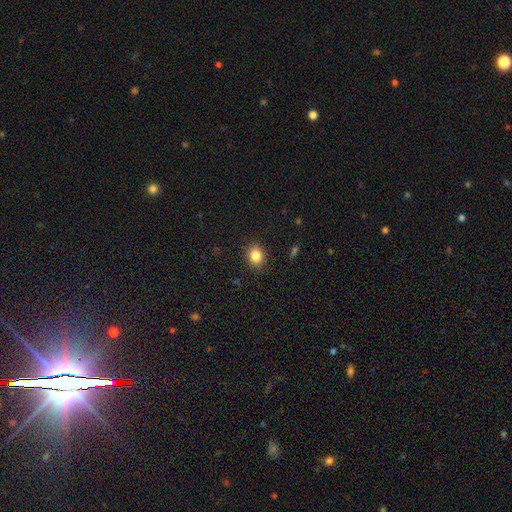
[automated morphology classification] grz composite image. It shows a smooth galaxy with no disk features (85%) that is in between round and cigar-shaped (55%). Merging: none (86%).